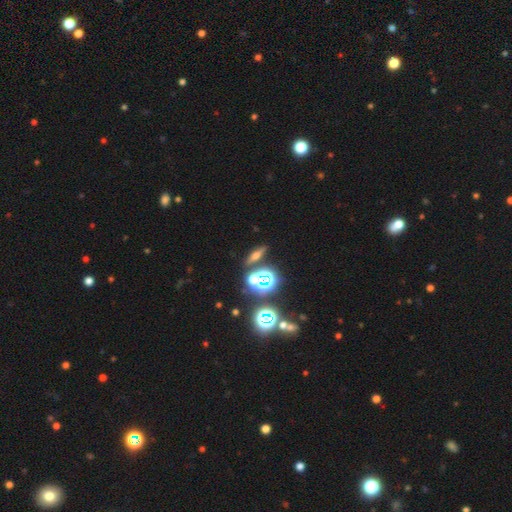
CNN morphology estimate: Q: Smooth or featured?
A: smooth (35%); runner-up: featured or disk (34%)
Q: Merging?
A: none (81%); runner-up: minor disturbance (9%)